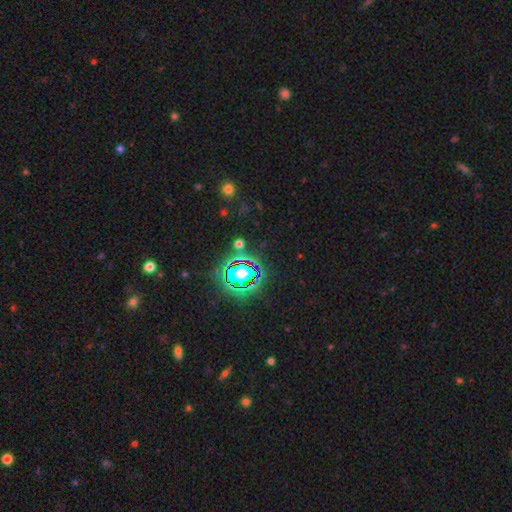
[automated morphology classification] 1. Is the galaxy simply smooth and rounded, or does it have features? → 79% star or artifact, 14% smooth, 8% featured or disk.